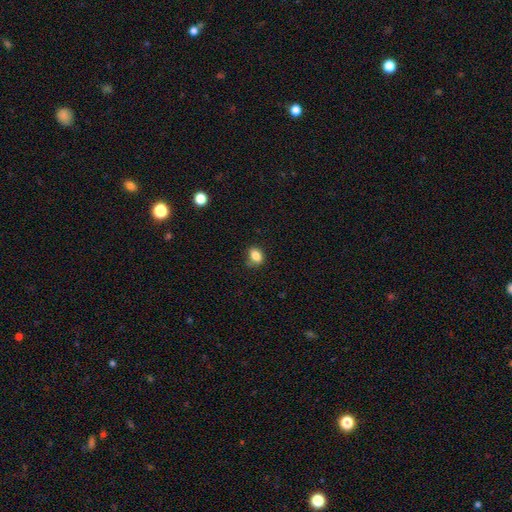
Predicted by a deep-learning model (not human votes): A smooth galaxy with no disk features (85%) that is in between round and cigar-shaped (69%). Merging: none (75%).